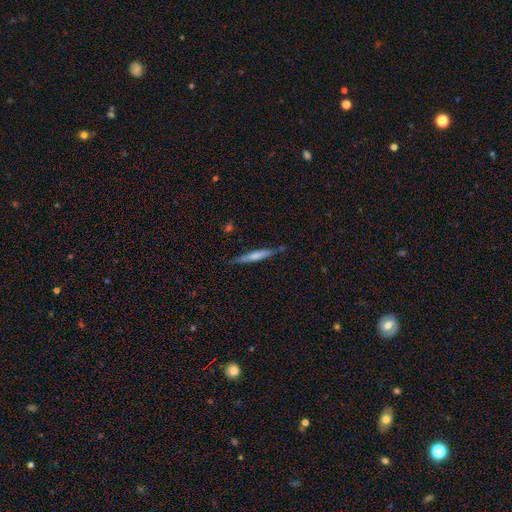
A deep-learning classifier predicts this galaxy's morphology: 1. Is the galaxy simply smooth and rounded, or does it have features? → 56% smooth, 38% featured or disk, 6% star or artifact.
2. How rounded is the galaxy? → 95% cigar-shaped, 4% in between, 1% round.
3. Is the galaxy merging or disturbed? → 82% none, 13% minor disturbance, 3% merger, 2% major disturbance.